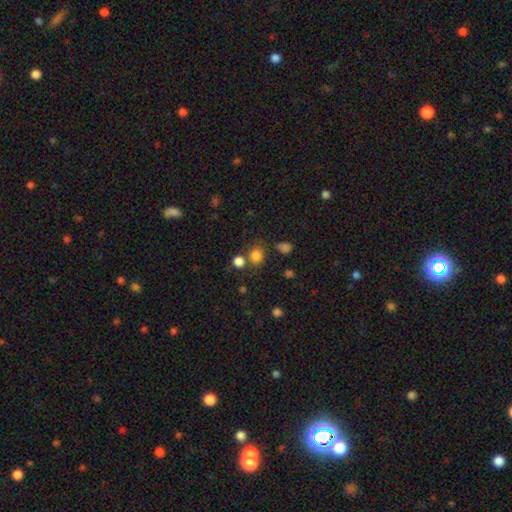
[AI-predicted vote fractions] Smooth or featured? Predicted: smooth (p=0.81). How rounded? Predicted: round (p=0.77). Merging? Predicted: none (p=0.69).